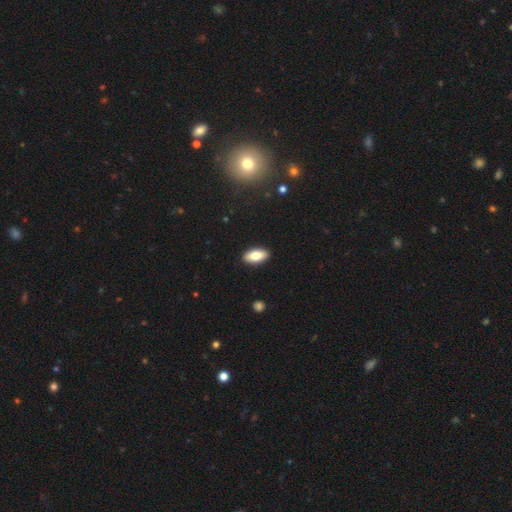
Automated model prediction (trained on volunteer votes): The model was most divided on "smooth or featured": smooth: 78%, featured or disk: 16%, star or artifact: 7%. More confident: merging — none (91%); how rounded — in between (90%).